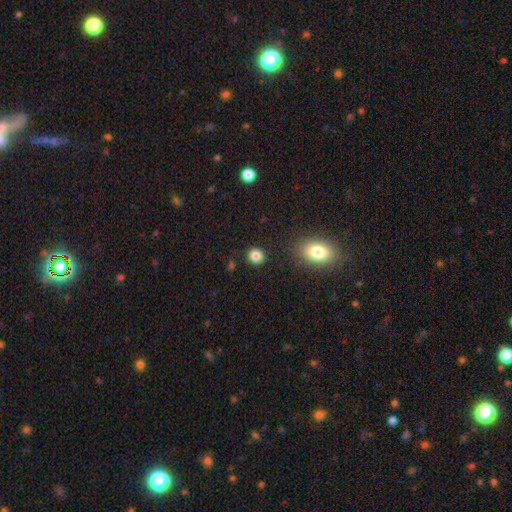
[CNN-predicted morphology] Smooth or featured? Predicted: smooth (p=0.85). How rounded? Predicted: round (p=0.84). Merging? Predicted: none (p=0.90).